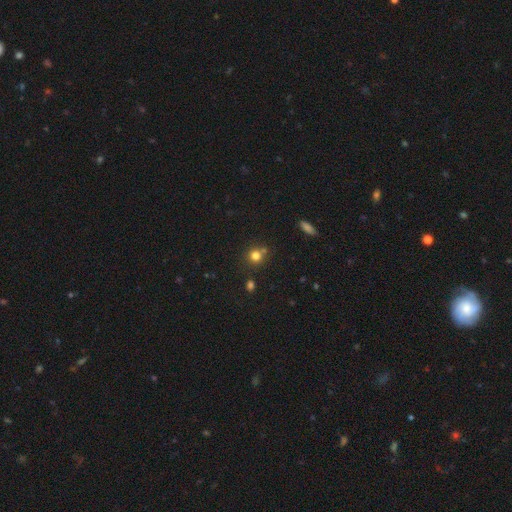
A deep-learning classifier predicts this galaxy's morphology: A smooth galaxy with no disk features (76%) that is round (88%).

Vote fractions:
- Smooth or featured? smooth: 76% / star or artifact: 16% / featured or disk: 8%
- How rounded? round: 88% / in between: 11% / cigar-shaped: 1%
- Merging? none: 68% / merger: 19% / minor disturbance: 10% / major disturbance: 3%